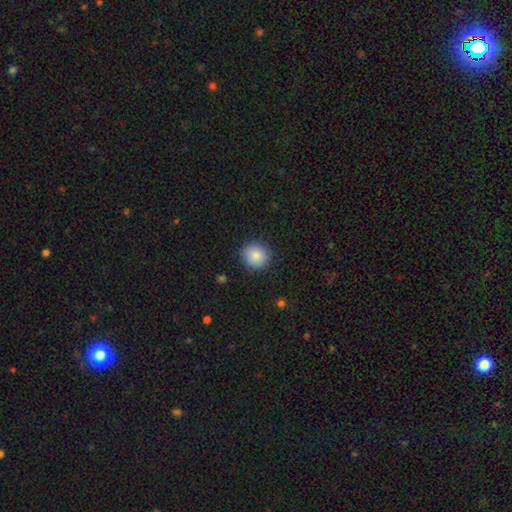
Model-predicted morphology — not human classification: Smooth or featured? smooth (86%)
How rounded? round (89%)
Merging? none (89%)